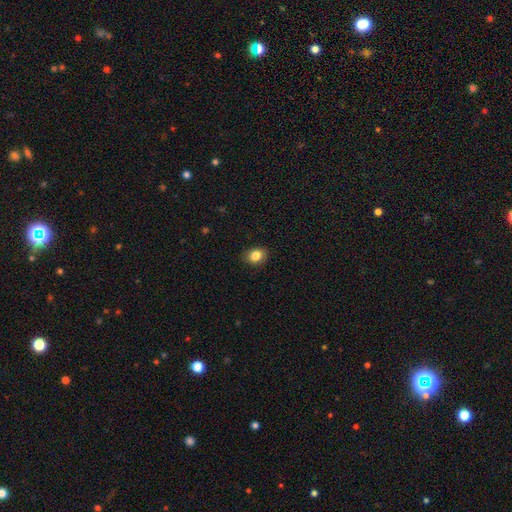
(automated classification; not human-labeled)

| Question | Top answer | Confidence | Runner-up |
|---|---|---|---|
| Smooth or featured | smooth | 84% | star or artifact (10%) |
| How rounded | in between | 54% | round (45%) |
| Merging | none | 86% | minor disturbance (11%) |